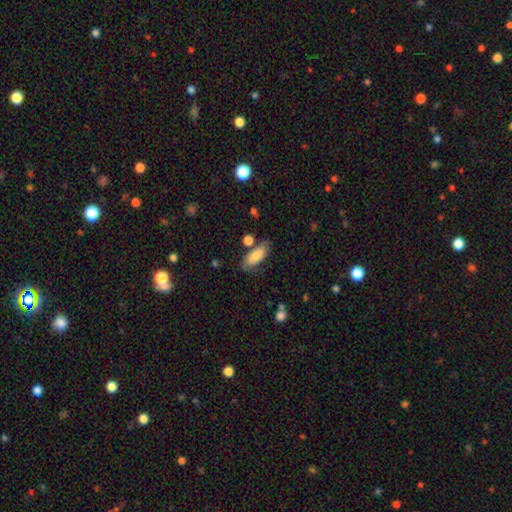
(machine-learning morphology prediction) Smooth or featured? Predicted: smooth (p=0.79). How rounded? Predicted: in between (p=0.79). Merging? Predicted: none (p=0.69).